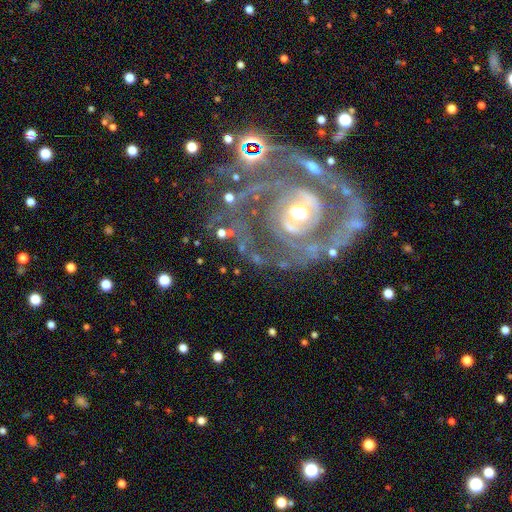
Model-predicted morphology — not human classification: Q: Smooth or featured?
A: featured or disk (86%); runner-up: smooth (7%)
Q: Edge-on disk?
A: no (97%); runner-up: yes (3%)
Q: Bar?
A: no (69%); runner-up: weak (20%)
Q: Spiral arms?
A: yes (81%); runner-up: no (19%)
Q: Spiral winding?
A: tight (61%); runner-up: medium (28%)
Q: Spiral arm count?
A: 2 (33%); runner-up: can't tell (29%)
Q: Bulge size?
A: moderate (61%); runner-up: small (22%)
Q: Merging?
A: none (58%); runner-up: major disturbance (19%)